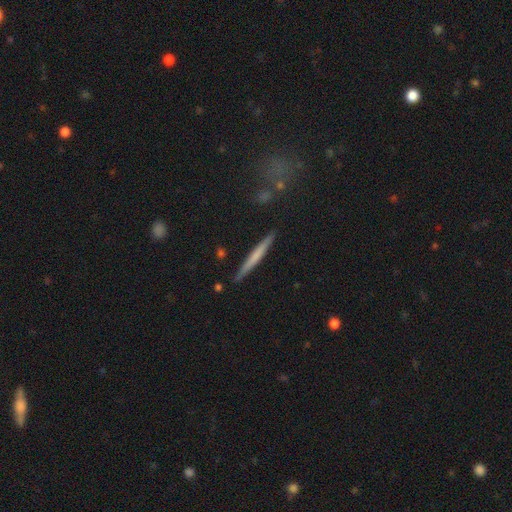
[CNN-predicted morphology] The model was most divided on "smooth or featured": smooth: 53%, featured or disk: 42%, star or artifact: 6%. More confident: how rounded — cigar-shaped (96%); merging — none (89%).